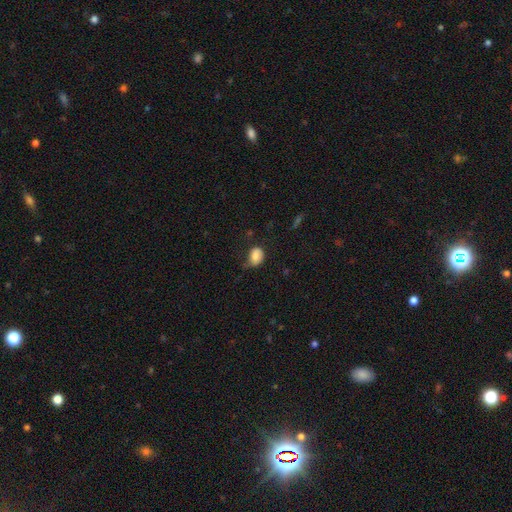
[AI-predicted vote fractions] Smooth or featured?
  - smooth: 80% *
  - featured or disk: 11%
  - star or artifact: 8%
How rounded?
  - in between: 69% *
  - round: 30%
  - cigar-shaped: 1%
Merging?
  - none: 47% *
  - minor disturbance: 36%
  - major disturbance: 15%
  - merger: 2%